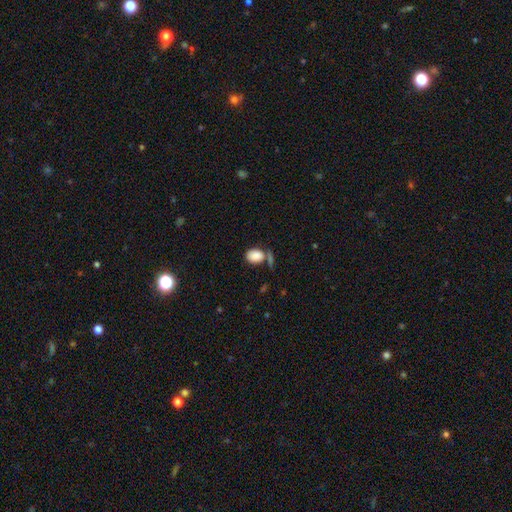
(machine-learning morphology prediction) A smooth galaxy with no disk features (86%) that is in between round and cigar-shaped (72%).

Vote fractions:
- Smooth or featured? smooth: 86% / star or artifact: 8% / featured or disk: 6%
- How rounded? in between: 72% / round: 27% / cigar-shaped: 1%
- Merging? none: 57% / merger: 19% / minor disturbance: 16% / major disturbance: 8%